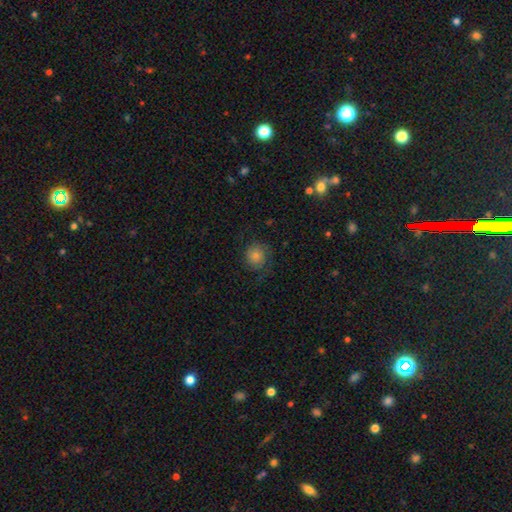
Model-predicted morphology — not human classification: This is likely a smooth galaxy (62%). How rounded: clearly round (87%). Merging: likely none (70%).